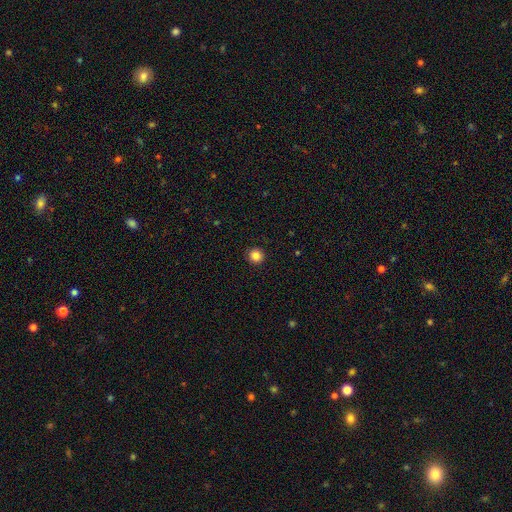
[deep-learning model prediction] Smooth or featured? Predicted: smooth (p=0.85). How rounded? Predicted: round (p=0.94). Merging? Predicted: none (p=0.93).